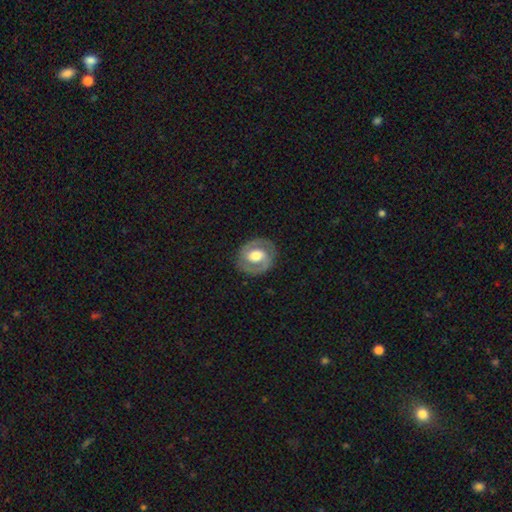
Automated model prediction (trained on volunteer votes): Smooth or featured? featured or disk (74%)
Edge-on disk? no (97%)
Bar? weak (41%)
Spiral arms? yes (78%)
Spiral winding? tight (44%, tied with medium)
Spiral arm count? 2 (87%)
Bulge size? moderate (55%)
Merging? none (84%)